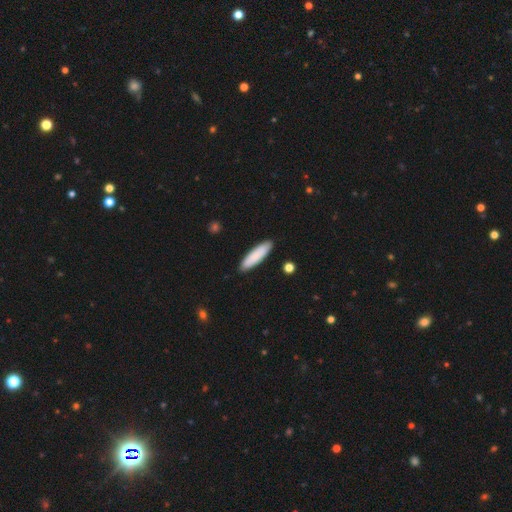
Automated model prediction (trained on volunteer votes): Q: Smooth or featured?
A: smooth (86%); runner-up: featured or disk (9%)
Q: How rounded?
A: cigar-shaped (69%); runner-up: in between (30%)
Q: Merging?
A: none (89%); runner-up: minor disturbance (8%)